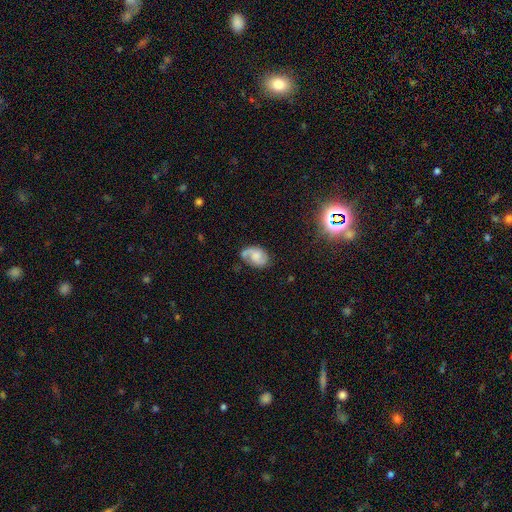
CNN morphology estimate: featured or disk 60%, smooth 31%, star or artifact 9%. Down the decision tree: edge-on disk — no (97%); bar — no (65%); spiral arms — yes (89%); spiral arm count — 2 (58%); spiral winding — medium (43%); bulge size — none (32%); merging — none (55%).